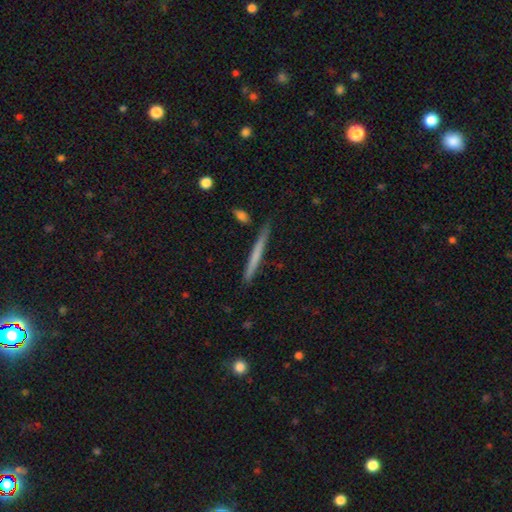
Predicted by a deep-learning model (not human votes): Smooth or featured? smooth (57%)
How rounded? cigar-shaped (97%)
Merging? none (86%)